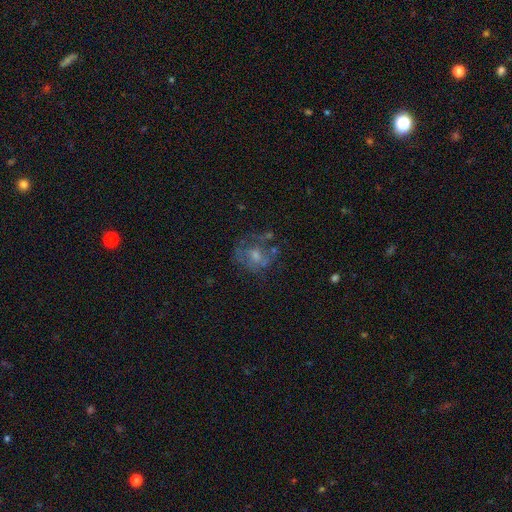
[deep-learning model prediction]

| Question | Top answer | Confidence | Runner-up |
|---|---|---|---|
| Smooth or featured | featured or disk | 53% | smooth (29%) |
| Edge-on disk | no | 97% | yes (3%) |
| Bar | no | 74% | weak (22%) |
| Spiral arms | no | 60% | yes (40%) |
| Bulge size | moderate | 47% | small (37%) |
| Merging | none | 52% | major disturbance (21%) |